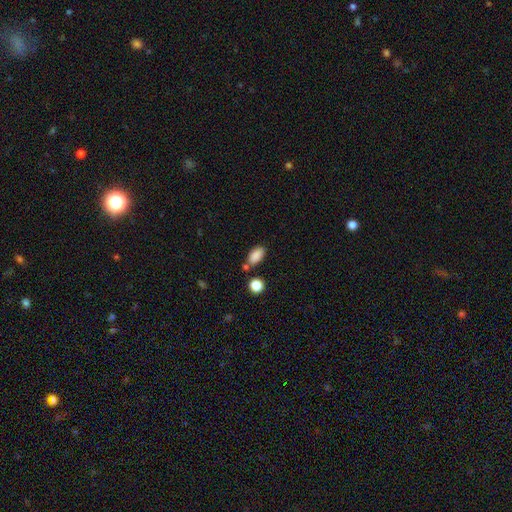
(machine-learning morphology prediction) Overall: smooth (87%). How rounded: in between (91%). Merging: none (69%).